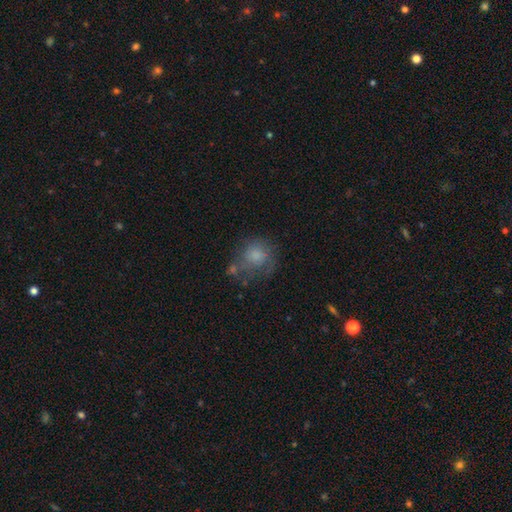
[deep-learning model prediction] Overall: smooth (69%). How rounded: round (75%). Merging: none (45%; minor disturbance 24%).